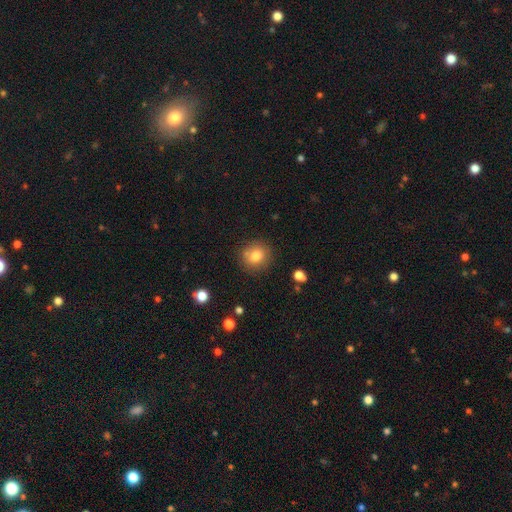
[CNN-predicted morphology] A smooth galaxy with no disk features (78%) that is round (82%).

Vote fractions:
- Smooth or featured? smooth: 78% / star or artifact: 11% / featured or disk: 11%
- How rounded? round: 82% / in between: 17% / cigar-shaped: 1%
- Merging? none: 78% / minor disturbance: 12% / merger: 7% / major disturbance: 3%